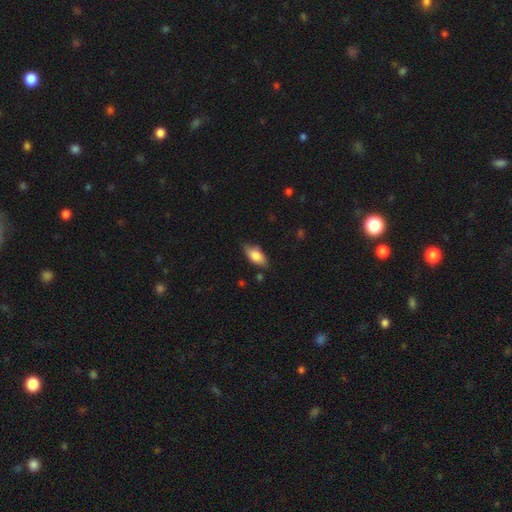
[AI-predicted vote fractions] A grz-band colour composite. It shows a smooth galaxy with no disk features (79%) that is in between round and cigar-shaped (87%). Merging: none (76%).